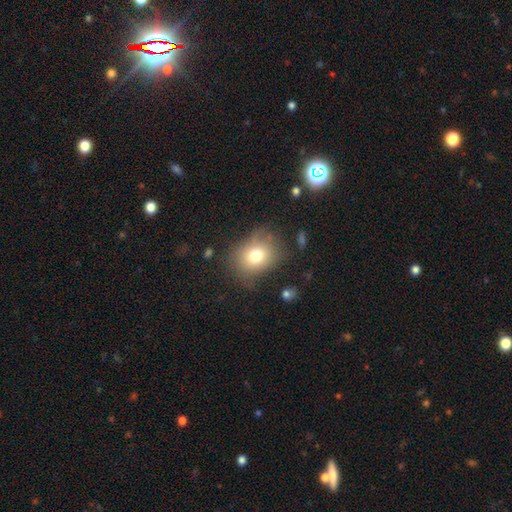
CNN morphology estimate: smooth 75%, featured or disk 14%, star or artifact 11%. Down the decision tree: how rounded — in between (50%); merging — none (68%).